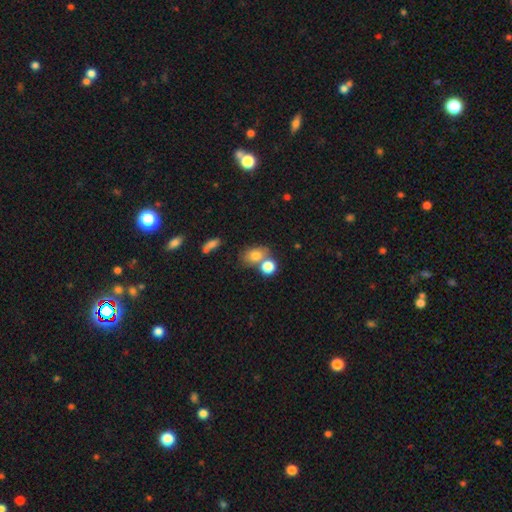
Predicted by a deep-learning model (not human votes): Morphology: type=smooth (77%); roundness=in between (55%); merging=none (48%).